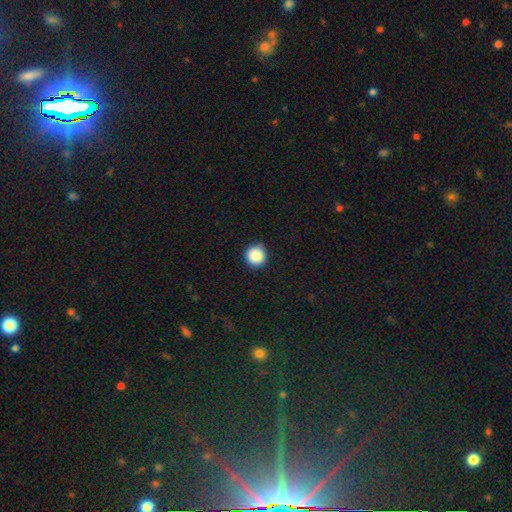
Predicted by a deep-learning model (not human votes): This appears to be a smooth galaxy with no disk features (88%) that is round (95%). Merging: none (90%).